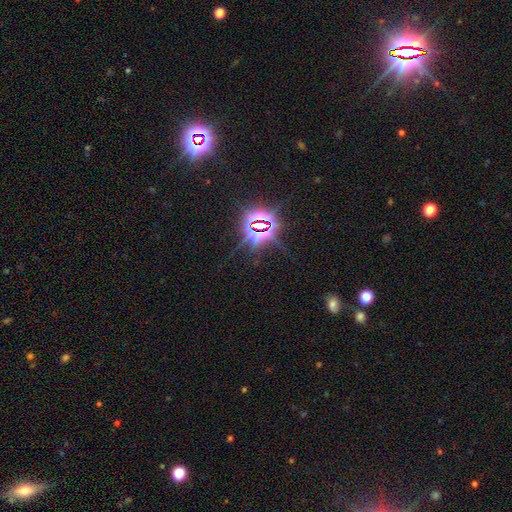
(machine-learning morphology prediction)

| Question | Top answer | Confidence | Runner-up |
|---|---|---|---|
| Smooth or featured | star or artifact | 83% | smooth (11%) |